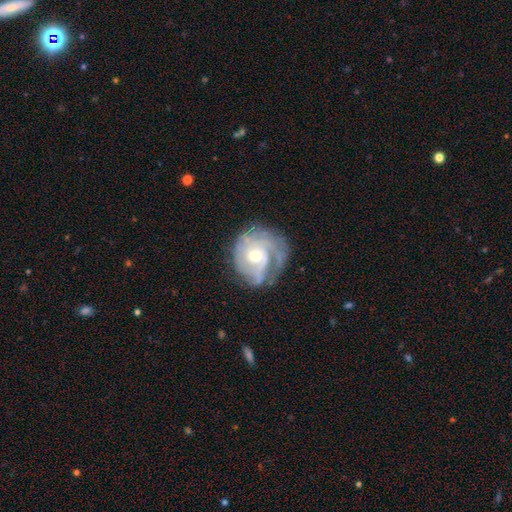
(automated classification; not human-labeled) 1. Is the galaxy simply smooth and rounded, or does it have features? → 83% featured or disk, 11% smooth, 6% star or artifact.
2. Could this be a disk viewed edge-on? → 98% no, 2% yes.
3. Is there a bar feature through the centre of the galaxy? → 68% no, 27% weak, 5% strong.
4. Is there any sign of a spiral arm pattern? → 93% yes, 7% no.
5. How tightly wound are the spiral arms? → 63% tight, 29% medium, 9% loose.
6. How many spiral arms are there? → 33% can't tell, 26% 2, 20% 3, 10% 1, 6% 4, 5% more than 4.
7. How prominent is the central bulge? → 60% moderate, 35% small, 4% large, 1% none, 1% dominant.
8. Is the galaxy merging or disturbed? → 62% none, 22% minor disturbance, 13% major disturbance, 2% merger.